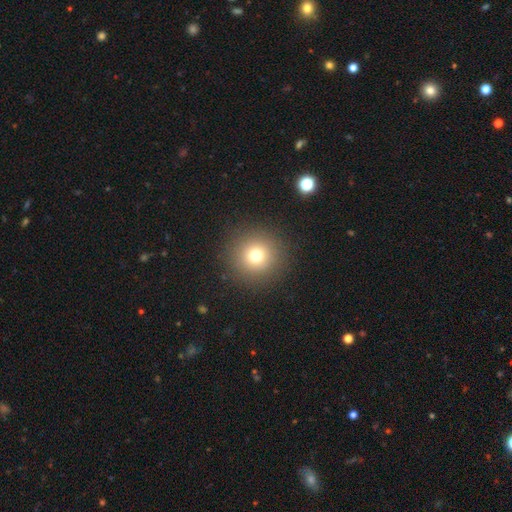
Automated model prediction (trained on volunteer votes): Overall: smooth (74%). How rounded: round (96%). Merging: none (91%).